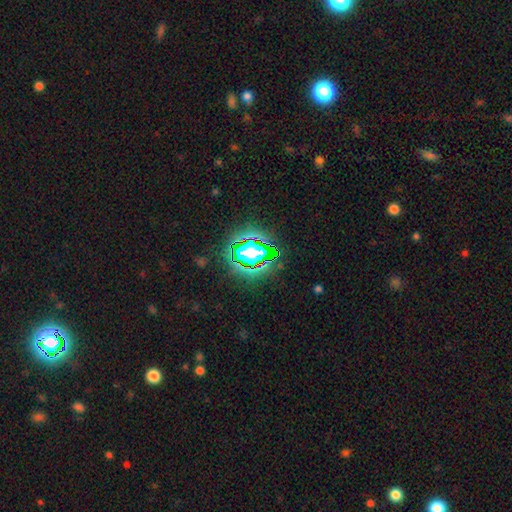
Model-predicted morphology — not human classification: The model was most divided on "smooth or featured": star or artifact: 78%, smooth: 13%, featured or disk: 9%.